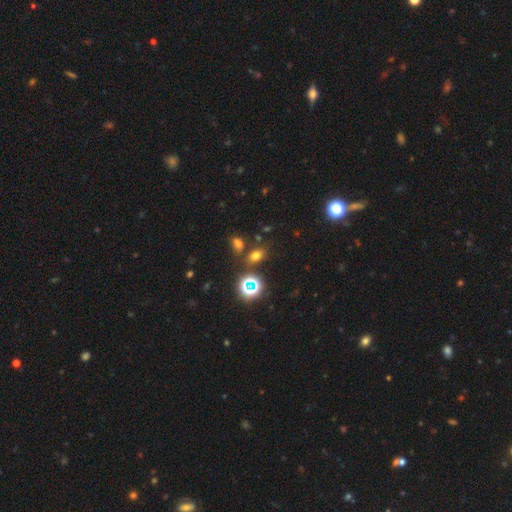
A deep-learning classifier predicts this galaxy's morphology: Smooth or featured? smooth (63%)
How rounded? in between (70%)
Merging? none (73%)